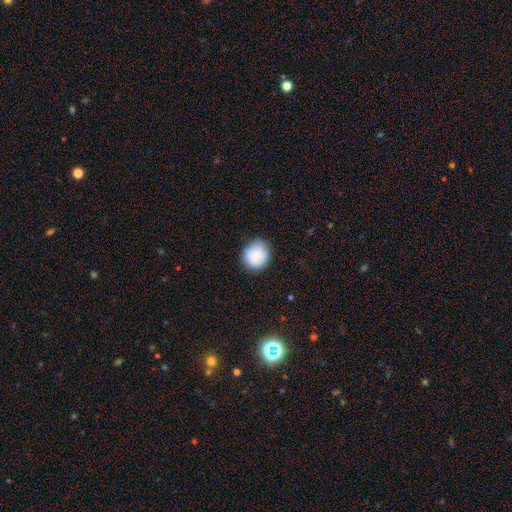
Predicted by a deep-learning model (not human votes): The model was most divided on "merging": none: 79%, minor disturbance: 16%, major disturbance: 3%, merger: 1%. More confident: smooth or featured — smooth (84%); how rounded — round (83%).